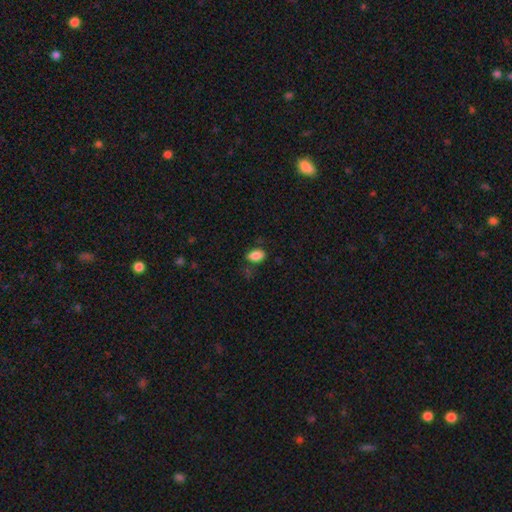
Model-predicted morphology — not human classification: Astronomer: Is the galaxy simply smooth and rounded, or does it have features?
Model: smooth — 86%.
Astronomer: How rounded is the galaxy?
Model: in between — 89%.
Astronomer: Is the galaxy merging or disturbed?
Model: none — 74%.